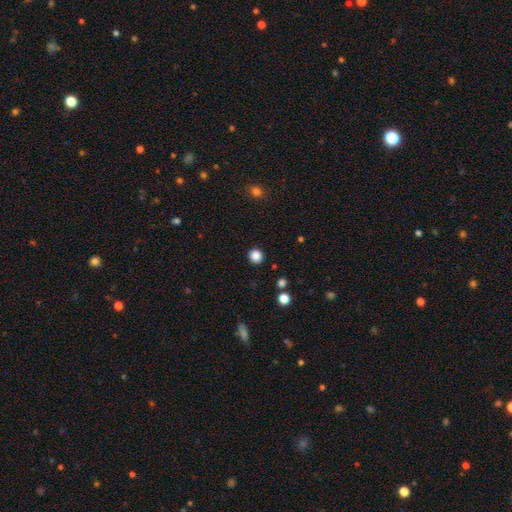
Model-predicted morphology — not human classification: Smooth or featured? smooth (86%)
How rounded? round (91%)
Merging? none (92%)